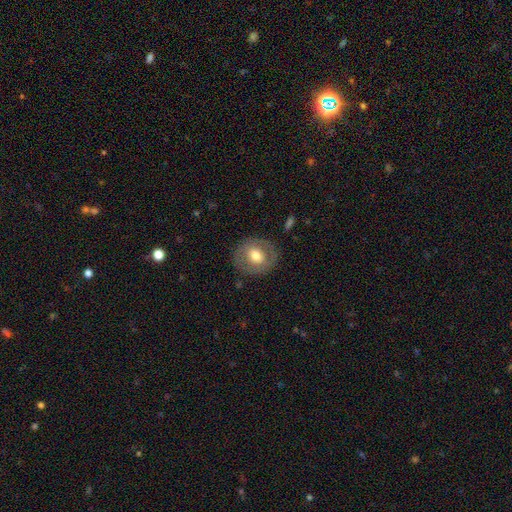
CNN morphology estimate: Q: Smooth or featured?
A: smooth (57%); runner-up: featured or disk (36%)
Q: How rounded?
A: round (74%); runner-up: in between (25%)
Q: Merging?
A: none (83%); runner-up: minor disturbance (11%)